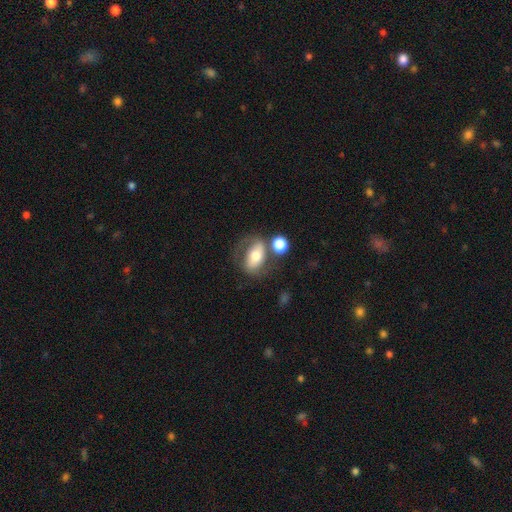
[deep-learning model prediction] This appears to be a featured or disk galaxy (47%). Merging: none (47%).